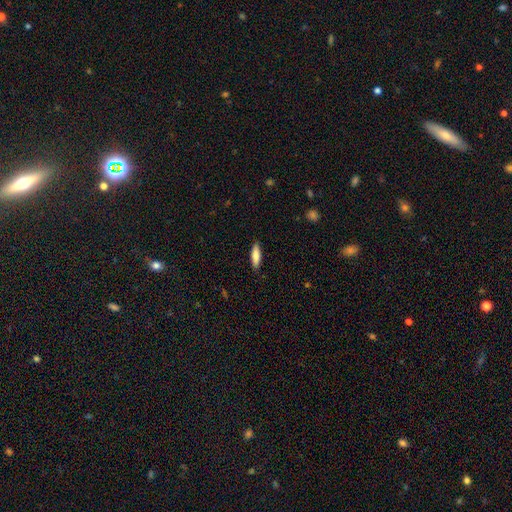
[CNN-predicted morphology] smooth_or_featured: smooth (p=0.82) [alt: featured or disk p=0.12]
how_rounded: cigar-shaped (p=0.59) [alt: in between p=0.39]
merging: none (p=0.88) [alt: minor disturbance p=0.09]